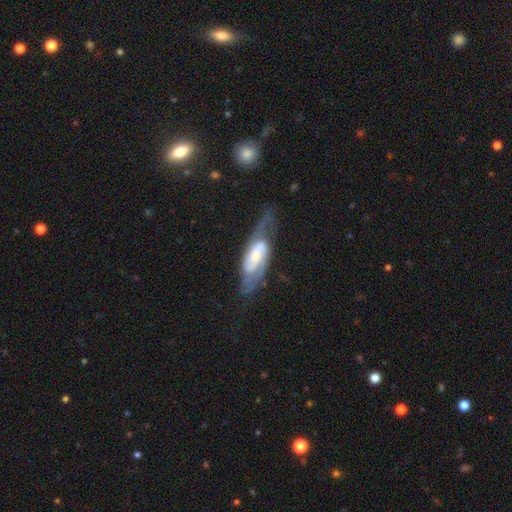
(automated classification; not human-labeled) A featured or disk galaxy (82%) with a weak bar (41%), 2 (80%) medium (45%) spiral arms (93%) and a moderate central bulge (45%).

Vote fractions:
- Smooth or featured? featured or disk: 82% / smooth: 13% / star or artifact: 5%
- Edge-on disk? no: 90% / yes: 10%
- Bar? weak: 41% / no: 40% / strong: 19%
- Spiral arms? yes: 93% / no: 7%
- Spiral winding? medium: 45% / tight: 34% / loose: 21%
- Spiral arm count? 2: 80% / can't tell: 11% / 3: 3% / 1: 3% / 4: 1% / more than 4: 1%
- Bulge size? moderate: 45% / small: 44% / large: 6% / none: 3% / dominant: 1%
- Merging? none: 57% / minor disturbance: 23% / major disturbance: 17% / merger: 2%